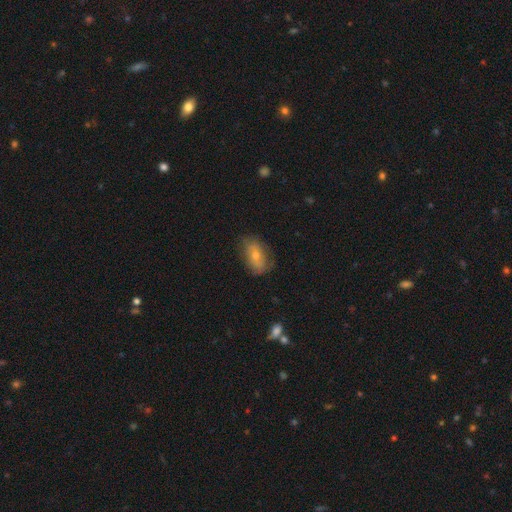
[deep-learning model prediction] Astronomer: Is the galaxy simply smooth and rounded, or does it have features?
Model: smooth — 54% (runner-up: featured or disk, 38%).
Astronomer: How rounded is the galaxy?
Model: in between — 84%.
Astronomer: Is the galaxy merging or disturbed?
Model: none — 64%.